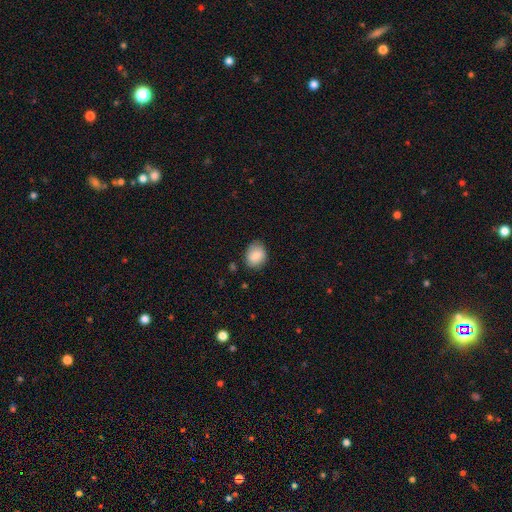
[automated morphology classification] smooth 85%, featured or disk 7%, star or artifact 7%. Down the decision tree: how rounded — in between (50%); merging — none (76%).